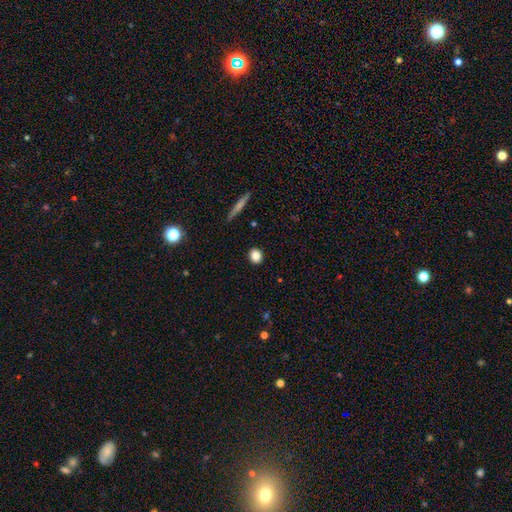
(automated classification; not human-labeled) Overall: smooth (85%). How rounded: round (69%). Merging: none (91%).